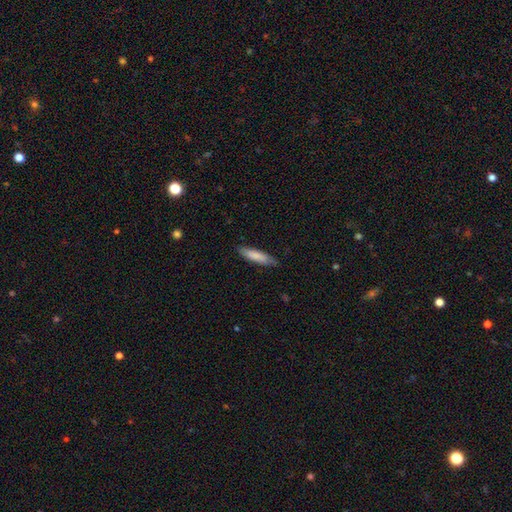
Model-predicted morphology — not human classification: smooth-or-featured: smooth: 82% | featured or disk: 13% | star or artifact: 5%
  how-rounded: cigar-shaped: 76% | in between: 23% | round: 1%
  merging: none: 84% | minor disturbance: 13% | major disturbance: 2% | merger: 1%